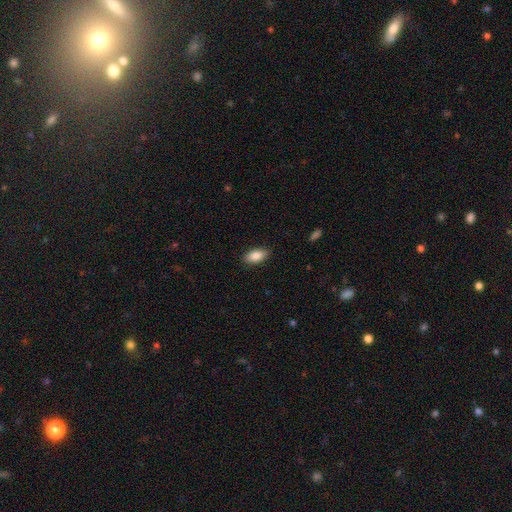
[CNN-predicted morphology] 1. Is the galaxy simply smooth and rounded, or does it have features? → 89% smooth, 7% star or artifact, 5% featured or disk.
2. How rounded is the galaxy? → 92% in between, 4% cigar-shaped, 4% round.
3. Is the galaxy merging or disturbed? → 87% none, 10% minor disturbance, 2% major disturbance, 1% merger.